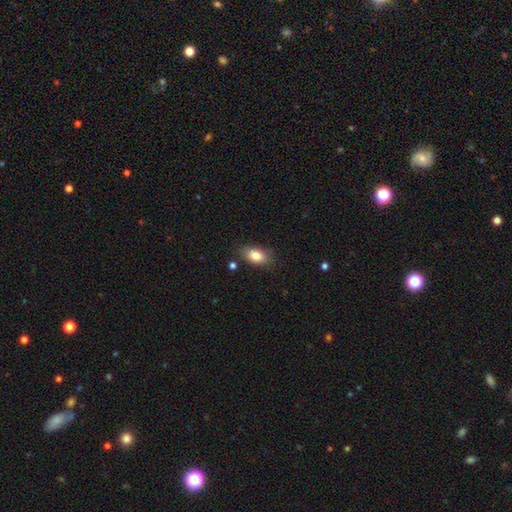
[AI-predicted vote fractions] Overall: smooth (84%). How rounded: in between (89%). Merging: none (82%).